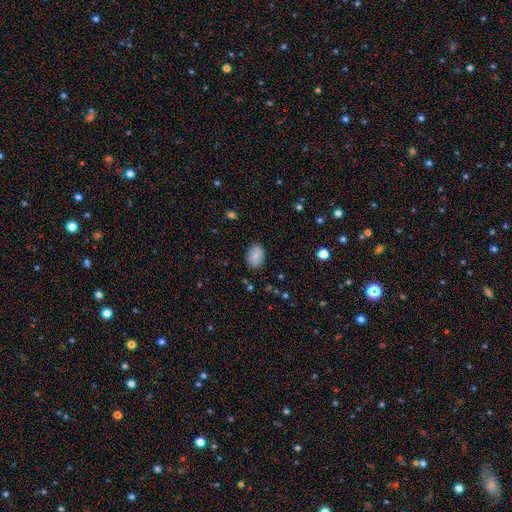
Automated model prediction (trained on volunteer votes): Smooth or featured: smooth — 82% (featured or disk — 10%)
How rounded: in between — 83% (round — 16%)
Merging: none — 84% (minor disturbance — 12%)